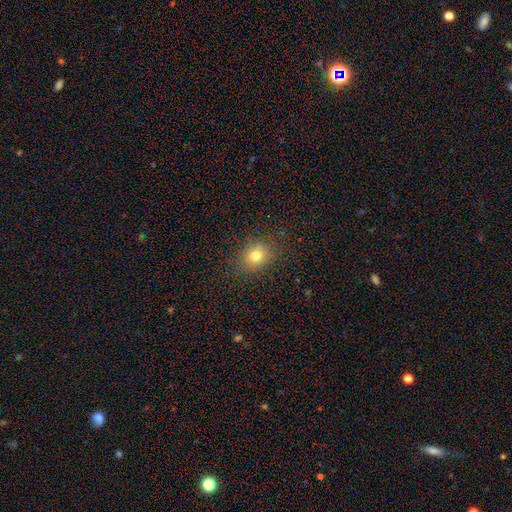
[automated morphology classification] Q: Smooth or featured?
A: smooth (75%); runner-up: star or artifact (15%)
Q: How rounded?
A: round (58%); runner-up: in between (41%)
Q: Merging?
A: none (84%); runner-up: minor disturbance (11%)